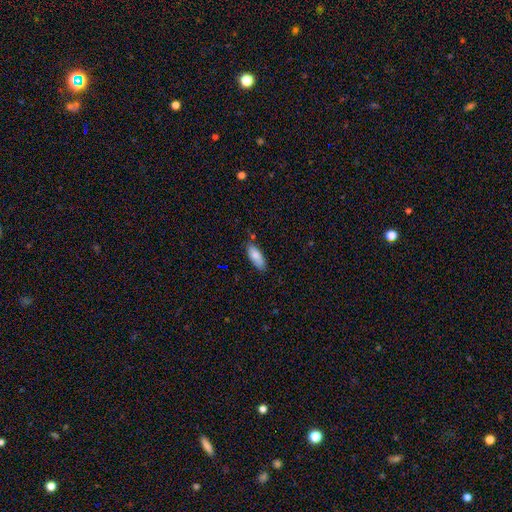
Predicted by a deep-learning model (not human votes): Smooth or featured: smooth — 81% (featured or disk — 13%)
How rounded: in between — 80% (cigar-shaped — 19%)
Merging: none — 78% (minor disturbance — 17%)